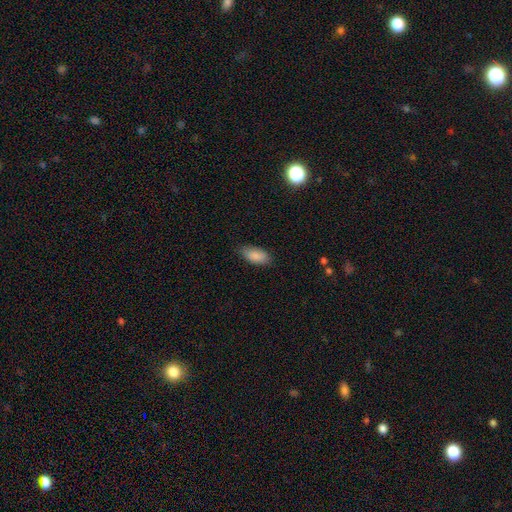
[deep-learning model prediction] Morphology: type=smooth (87%); roundness=in between (91%); merging=none (81%).